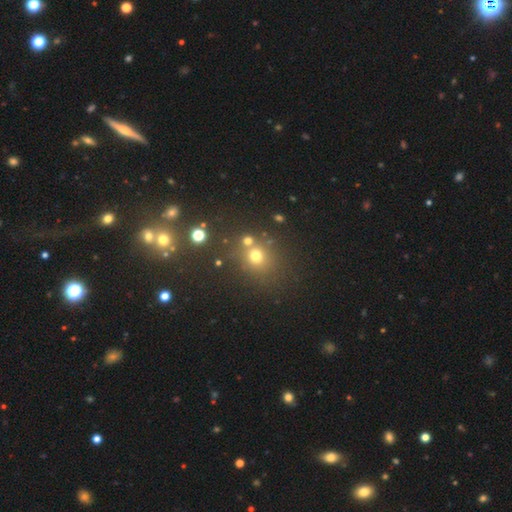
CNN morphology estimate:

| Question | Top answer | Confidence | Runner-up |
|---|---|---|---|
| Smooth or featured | smooth | 67% | star or artifact (23%) |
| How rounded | round | 80% | in between (19%) |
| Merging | none | 67% | merger (18%) |